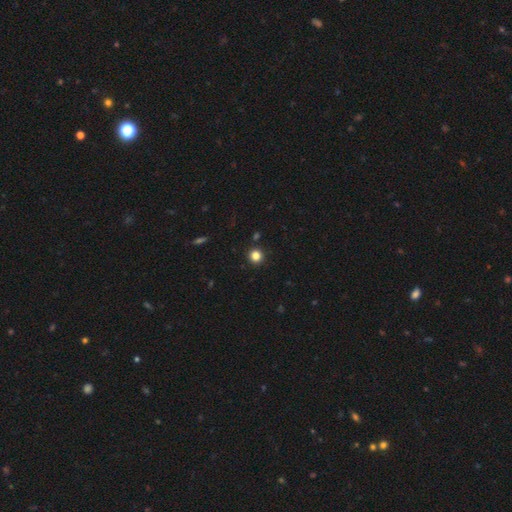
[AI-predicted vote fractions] Smooth or featured? Predicted: smooth (p=0.83). How rounded? Predicted: round (p=0.93). Merging? Predicted: none (p=0.92).